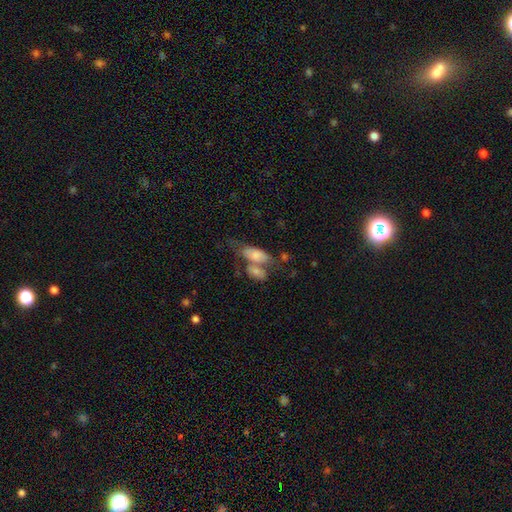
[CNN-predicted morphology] Smooth or featured? Predicted: smooth (p=0.74). How rounded? Predicted: in between (p=0.82). Merging? Predicted: merger (p=0.50).